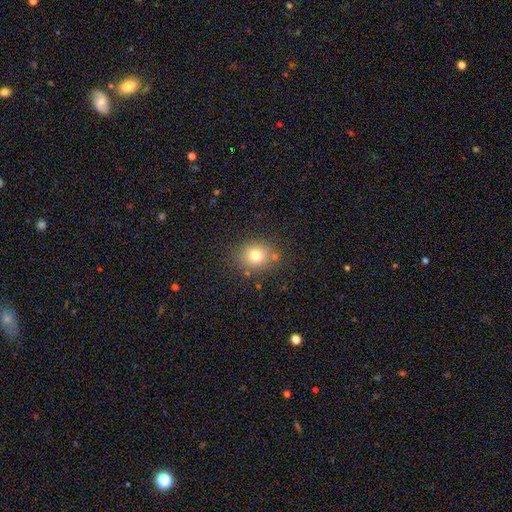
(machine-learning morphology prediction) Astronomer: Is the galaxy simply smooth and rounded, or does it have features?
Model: smooth — 76%.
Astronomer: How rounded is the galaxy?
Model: round — 69%.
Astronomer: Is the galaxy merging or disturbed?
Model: none — 81%.